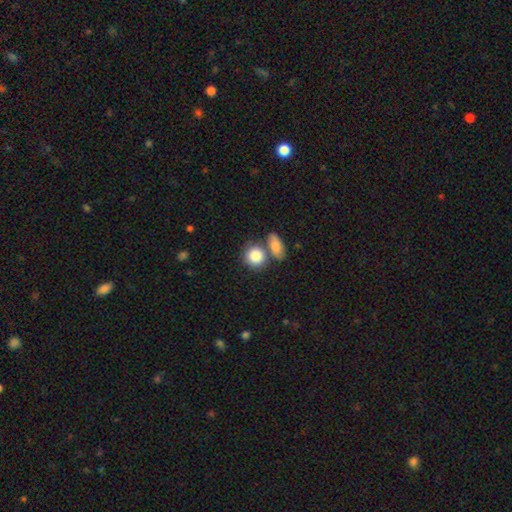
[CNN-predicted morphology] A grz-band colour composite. It shows a smooth galaxy with no disk features (85%) that is round (72%). Merging: none (53%).